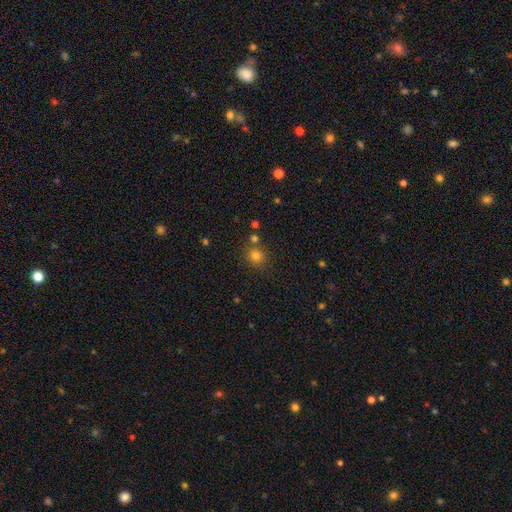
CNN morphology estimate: Smooth or featured?
  - smooth: 78% *
  - star or artifact: 16%
  - featured or disk: 6%
How rounded?
  - round: 86% *
  - in between: 13%
  - cigar-shaped: 1%
Merging?
  - none: 76% *
  - merger: 12%
  - minor disturbance: 9%
  - major disturbance: 3%